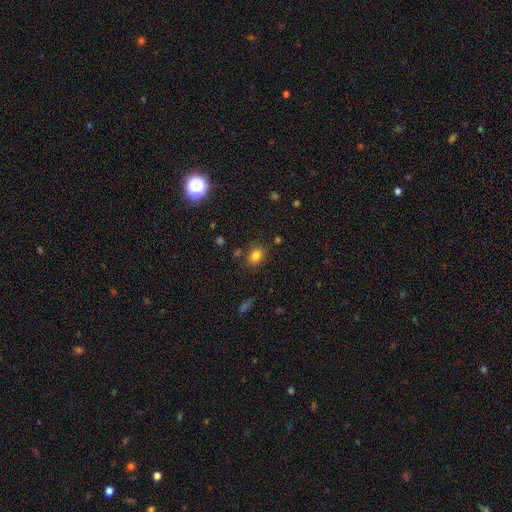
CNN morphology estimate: This is clearly a smooth galaxy (81%). How rounded: possibly in between (51%). Merging: clearly none (82%).